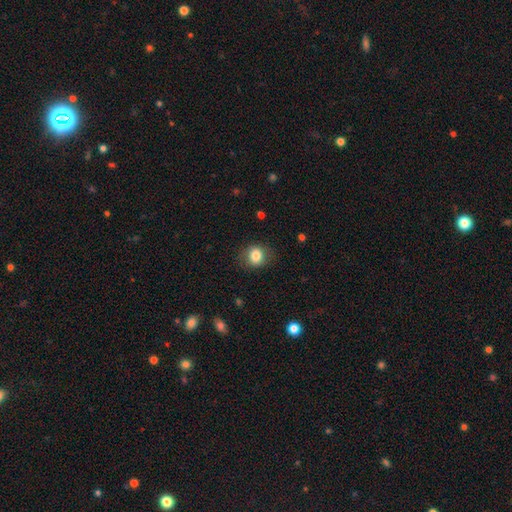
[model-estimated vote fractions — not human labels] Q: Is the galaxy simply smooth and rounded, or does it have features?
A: smooth — 82%.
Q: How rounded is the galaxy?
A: round — 68%.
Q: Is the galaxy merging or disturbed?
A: none — 79%.